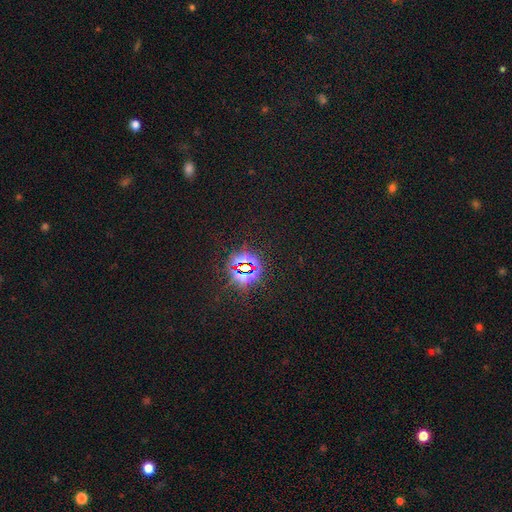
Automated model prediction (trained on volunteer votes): A star or artifact, not a galaxy (81%).